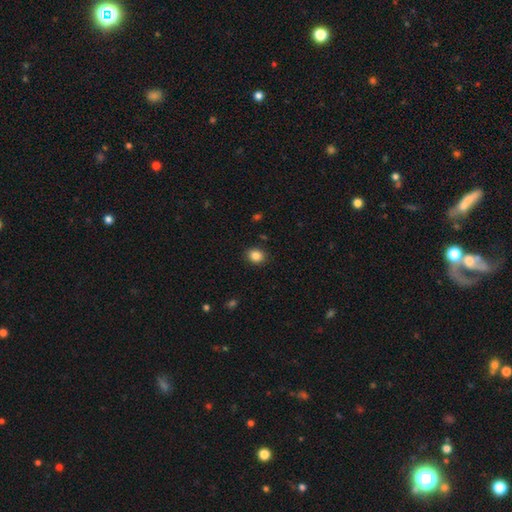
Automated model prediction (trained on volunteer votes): Smooth or featured: smooth — 86% (star or artifact — 10%)
How rounded: round — 59% (in between — 40%)
Merging: none — 88% (minor disturbance — 8%)